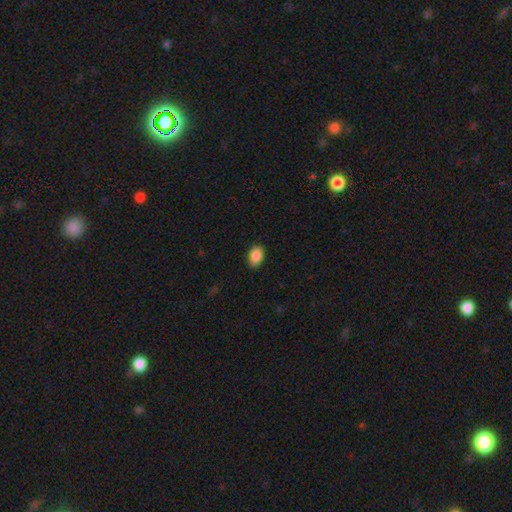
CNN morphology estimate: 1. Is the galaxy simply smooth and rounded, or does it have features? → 89% smooth, 8% star or artifact, 3% featured or disk.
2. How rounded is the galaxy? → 82% in between, 17% round, 1% cigar-shaped.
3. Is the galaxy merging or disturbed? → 85% none, 12% minor disturbance, 2% major disturbance, 1% merger.